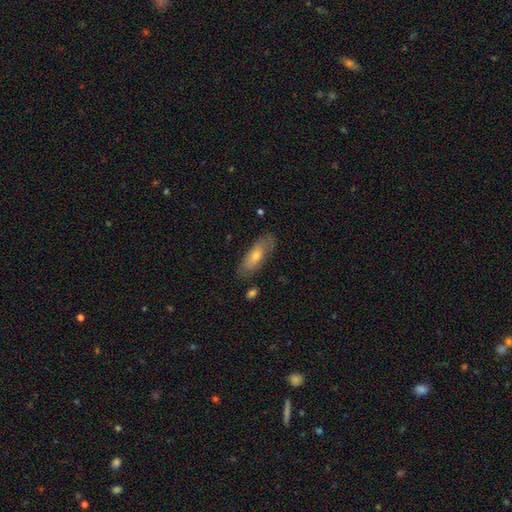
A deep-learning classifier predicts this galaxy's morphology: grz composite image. It shows a smooth galaxy with no disk features (58%) that is in between round and cigar-shaped (63%). Merging: none (80%).